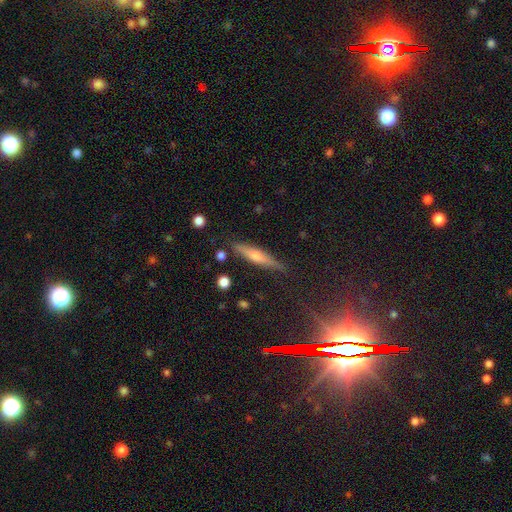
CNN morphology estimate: Smooth or featured?
  - featured or disk: 45% *
  - smooth: 29%
  - star or artifact: 26%
Merging?
  - none: 84% *
  - minor disturbance: 11%
  - major disturbance: 3%
  - merger: 2%